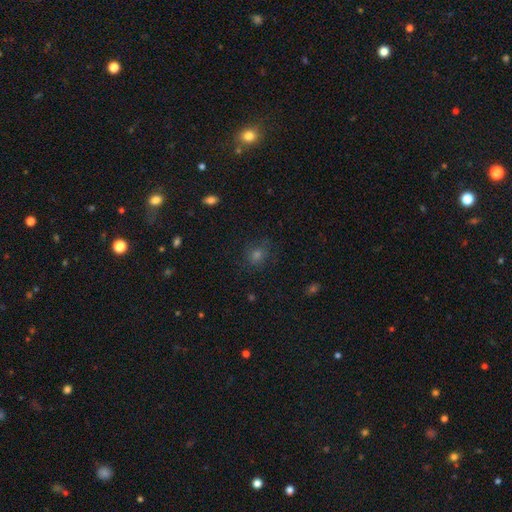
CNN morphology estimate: Smooth or featured: smooth — 54% (star or artifact — 34%)
How rounded: round — 76% (in between — 23%)
Merging: none — 81% (minor disturbance — 12%)